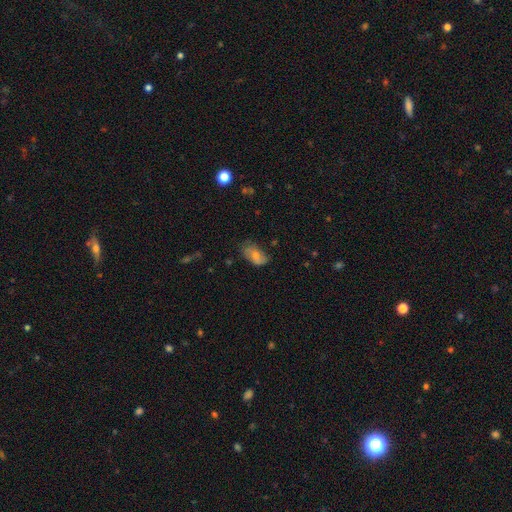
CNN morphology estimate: smooth-or-featured: smooth: 52% | featured or disk: 37% | star or artifact: 11%
  how-rounded: in between: 89% | round: 7% | cigar-shaped: 3%
  merging: none: 63% | minor disturbance: 28% | major disturbance: 7% | merger: 2%